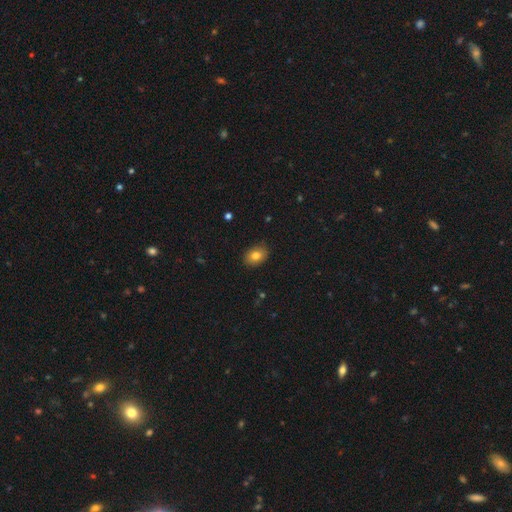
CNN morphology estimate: Q: Smooth or featured?
A: smooth (81%); runner-up: star or artifact (10%)
Q: How rounded?
A: in between (72%); runner-up: round (27%)
Q: Merging?
A: none (85%); runner-up: minor disturbance (12%)